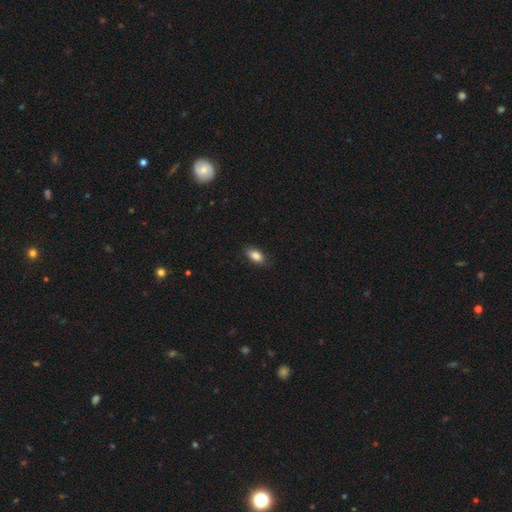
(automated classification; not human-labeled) smooth 86%, star or artifact 8%, featured or disk 6%. Down the decision tree: how rounded — in between (89%); merging — none (83%).